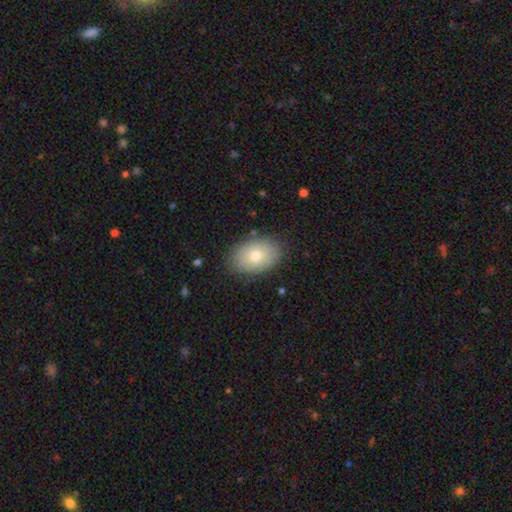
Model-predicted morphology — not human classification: A smooth galaxy with no disk features (75%) that is in between round and cigar-shaped (85%). Merging: none (86%).